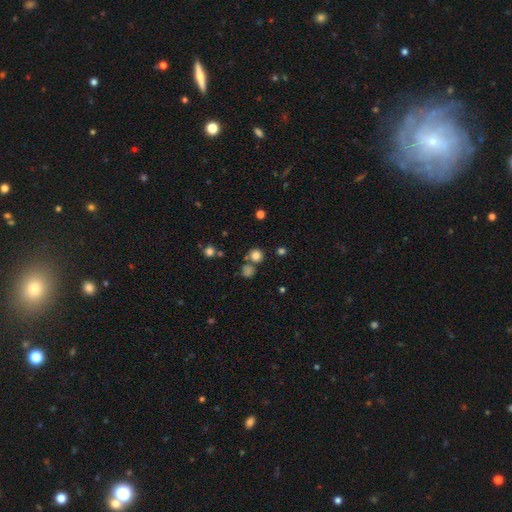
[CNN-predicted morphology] This appears to be a smooth galaxy with no disk features (79%) that is round (91%). Merging: none (72%).